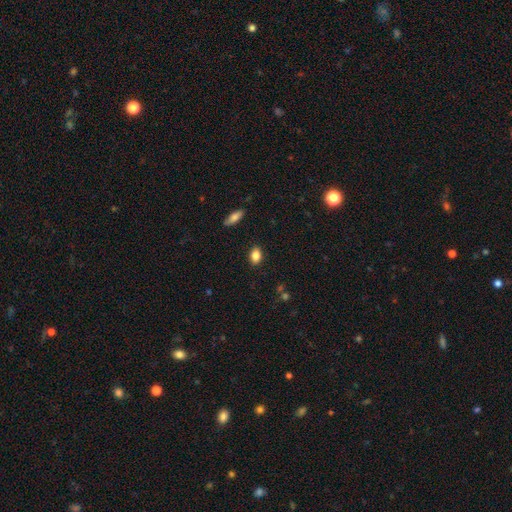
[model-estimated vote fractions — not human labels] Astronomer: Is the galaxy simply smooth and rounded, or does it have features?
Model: smooth — 85%.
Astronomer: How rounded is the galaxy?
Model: in between — 81%.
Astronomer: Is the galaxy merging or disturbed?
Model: none — 87%.